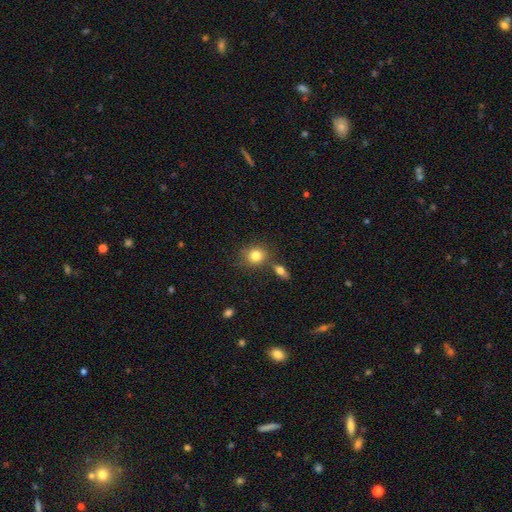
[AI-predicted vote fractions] Smooth or featured? Predicted: smooth (p=0.81). How rounded? Predicted: round (p=0.74). Merging? Predicted: none (p=0.66).